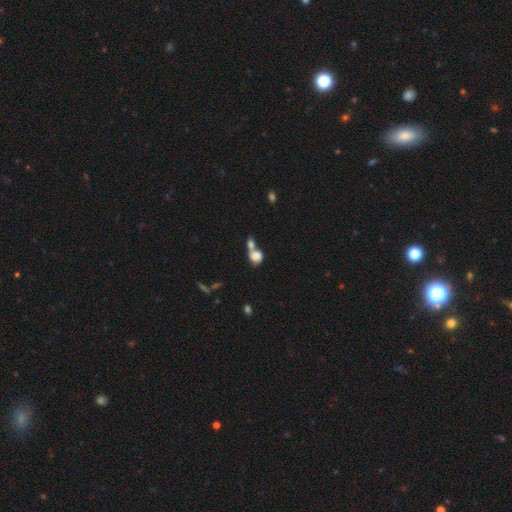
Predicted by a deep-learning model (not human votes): This is likely a smooth galaxy (75%). How rounded: possibly round (55%). Merging: likely merger (65%).